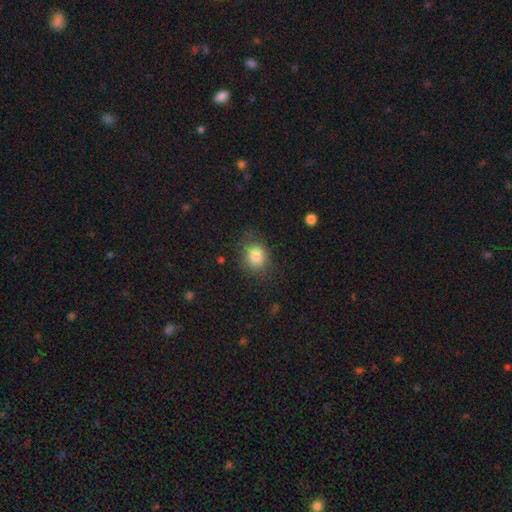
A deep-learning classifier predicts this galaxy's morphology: Smooth or featured? smooth (84%)
How rounded? round (69%)
Merging? none (75%)